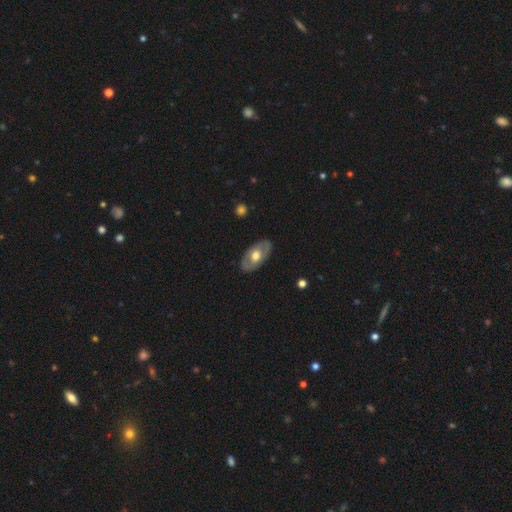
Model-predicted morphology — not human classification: A featured or disk galaxy (52%).

Vote fractions:
- Smooth or featured? featured or disk: 52% / smooth: 43% / star or artifact: 5%
- Edge-on disk? no: 86% / yes: 14%
- Merging? none: 84% / minor disturbance: 12% / major disturbance: 3% / merger: 1%